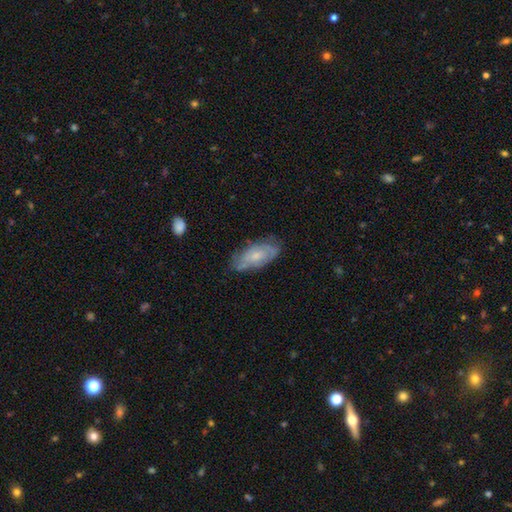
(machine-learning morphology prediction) This is possibly a featured or disk galaxy (53%). It is clearly not viewed edge-on (89%). Merging: likely none (67%).